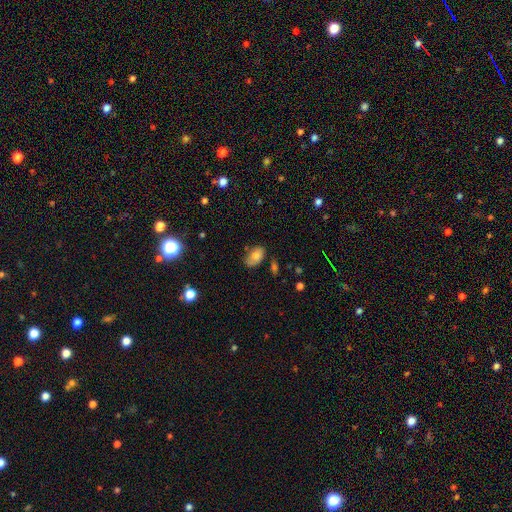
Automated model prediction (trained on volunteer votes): A smooth galaxy with no disk features (73%) that is in between round and cigar-shaped (90%).

Vote fractions:
- Smooth or featured? smooth: 73% / featured or disk: 18% / star or artifact: 10%
- How rounded? in between: 90% / round: 8% / cigar-shaped: 2%
- Merging? none: 62% / minor disturbance: 27% / major disturbance: 7% / merger: 4%